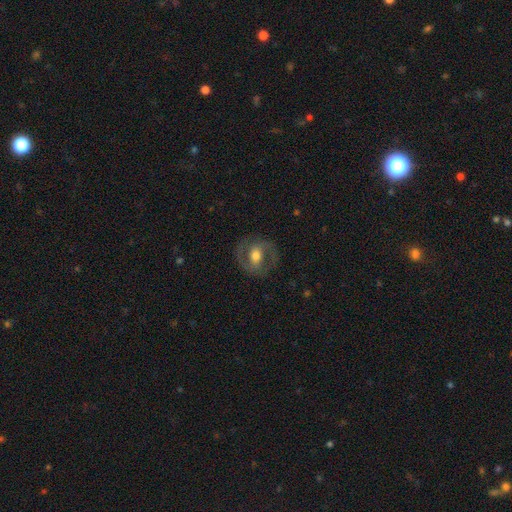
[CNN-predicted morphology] smooth-or-featured: featured or disk: 66% | smooth: 27% | star or artifact: 7%
  disk-edge-on: no: 95% | yes: 5%
    bar: weak: 38% | no: 37% | strong: 25%
    has-spiral-arms: yes: 69% | no: 31%
    bulge-size: moderate: 65% | large: 20% | small: 11% | dominant: 2% | none: 2%
  merging: none: 78% | minor disturbance: 13% | major disturbance: 8% | merger: 1%